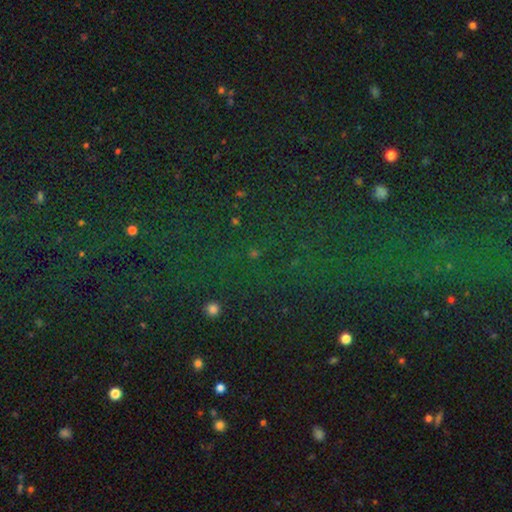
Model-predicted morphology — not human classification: A star or artifact, not a galaxy (76%).